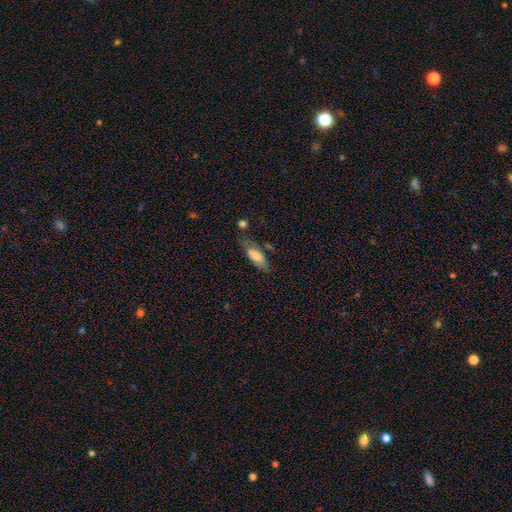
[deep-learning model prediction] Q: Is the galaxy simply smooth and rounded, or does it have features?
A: smooth — 73%.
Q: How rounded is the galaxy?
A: in between — 71%.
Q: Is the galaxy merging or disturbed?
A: none — 61%.